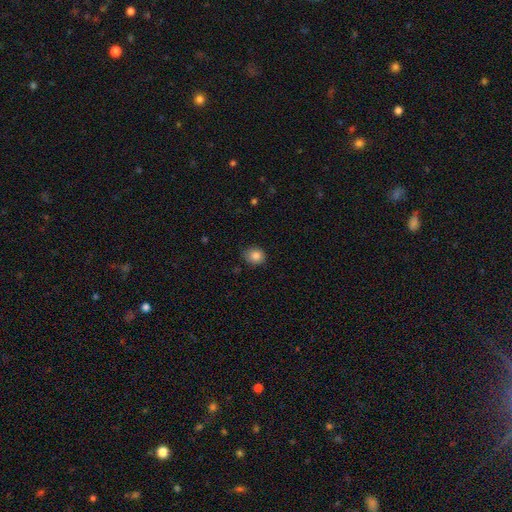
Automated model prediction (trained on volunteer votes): A smooth galaxy with no disk features (85%) that is round (70%). Merging: none (78%).